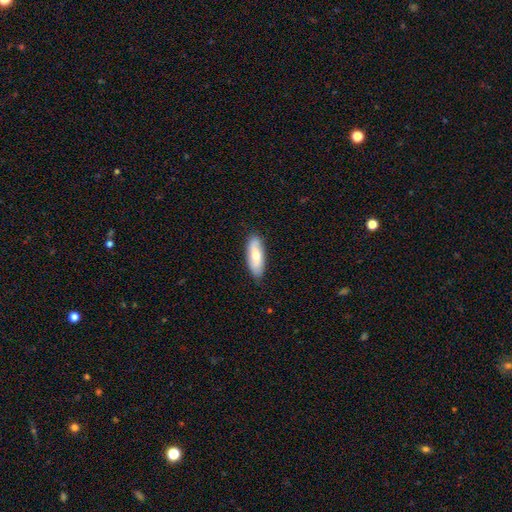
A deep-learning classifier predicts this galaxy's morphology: The model was most divided on "smooth or featured": smooth: 65%, featured or disk: 30%, star or artifact: 6%. More confident: merging — none (83%); how rounded — in between (69%).